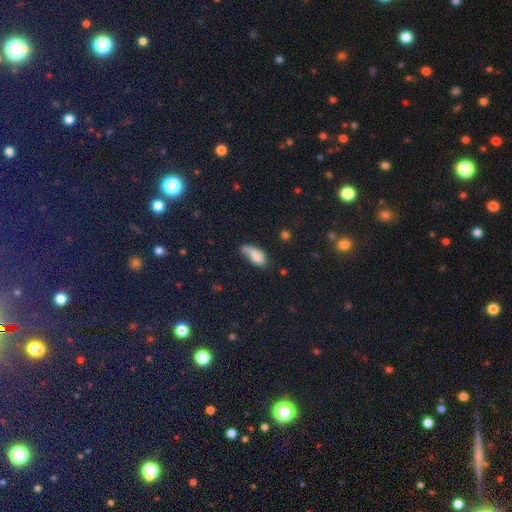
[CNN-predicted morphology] smooth-or-featured: smooth: 70% | featured or disk: 20% | star or artifact: 10%
  how-rounded: in between: 85% | cigar-shaped: 11% | round: 4%
  merging: none: 42% | minor disturbance: 33% | major disturbance: 18% | merger: 7%